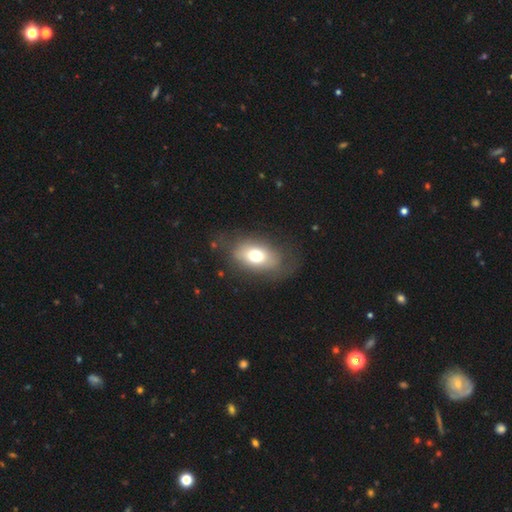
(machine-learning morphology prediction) A smooth galaxy with no disk features (67%) that is in between round and cigar-shaped (81%).

Vote fractions:
- Smooth or featured? smooth: 67% / featured or disk: 23% / star or artifact: 10%
- How rounded? in between: 81% / round: 16% / cigar-shaped: 2%
- Merging? none: 70% / minor disturbance: 18% / major disturbance: 11% / merger: 1%